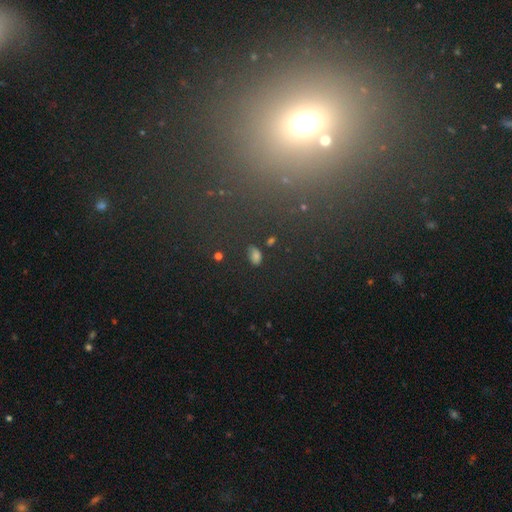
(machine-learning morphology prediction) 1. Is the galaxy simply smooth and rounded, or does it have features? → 68% smooth, 23% star or artifact, 8% featured or disk.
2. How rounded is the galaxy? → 87% in between, 8% round, 4% cigar-shaped.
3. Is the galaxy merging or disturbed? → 84% none, 9% minor disturbance, 4% major disturbance, 3% merger.